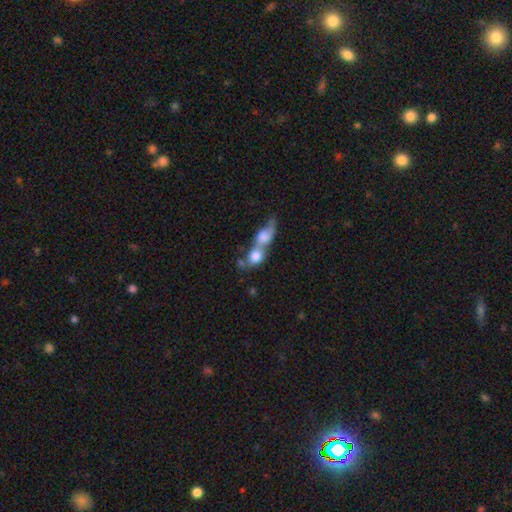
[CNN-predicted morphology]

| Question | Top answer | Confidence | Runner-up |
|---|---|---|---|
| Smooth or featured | smooth | 69% | featured or disk (21%) |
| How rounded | round | 48% | in between (44%) |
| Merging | merger | 79% | none (11%) |